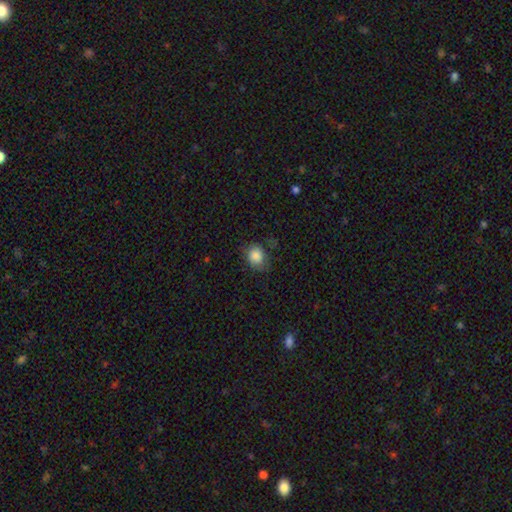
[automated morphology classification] Smooth or featured: smooth — 84% (star or artifact — 8%)
How rounded: round — 55% (in between — 44%)
Merging: none — 64% (minor disturbance — 25%)